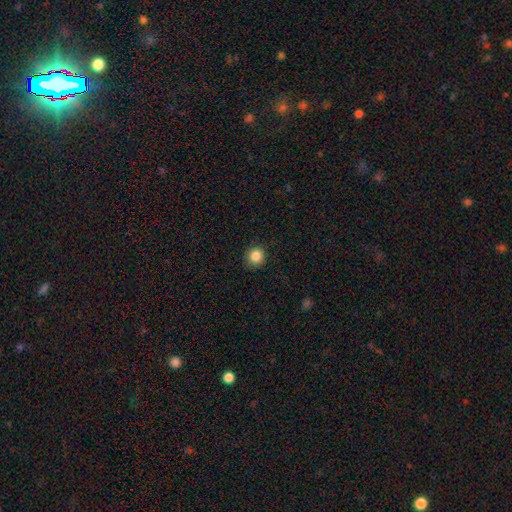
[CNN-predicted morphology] This appears to be a smooth galaxy with no disk features (85%) that is round (92%). Merging: none (90%).